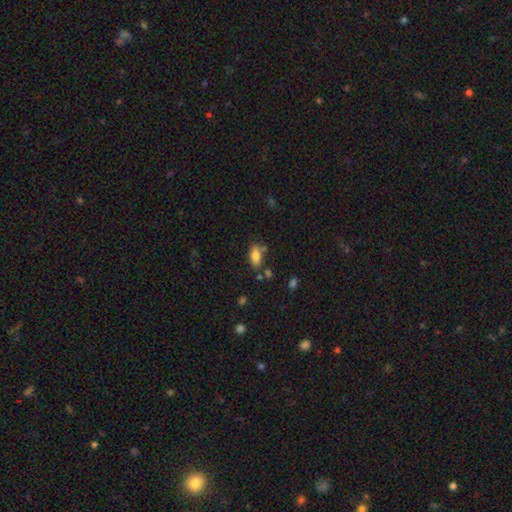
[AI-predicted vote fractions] A smooth galaxy with no disk features (83%) that is in between round and cigar-shaped (87%).

Vote fractions:
- Smooth or featured? smooth: 83% / featured or disk: 9% / star or artifact: 8%
- How rounded? in between: 87% / cigar-shaped: 10% / round: 3%
- Merging? none: 71% / minor disturbance: 15% / merger: 10% / major disturbance: 4%